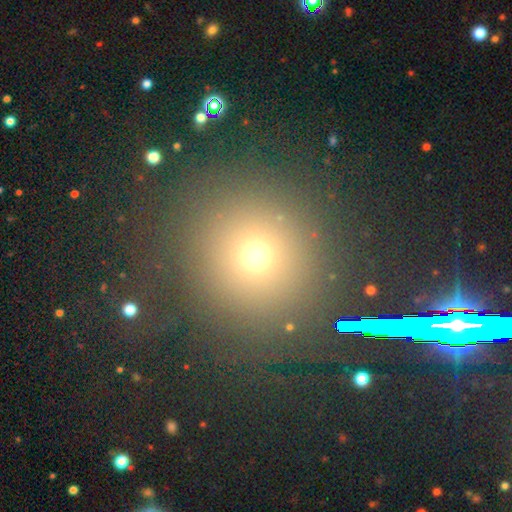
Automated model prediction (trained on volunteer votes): Smooth or featured? Predicted: smooth (p=0.68). How rounded? Predicted: round (p=0.91). Merging? Predicted: none (p=0.85).